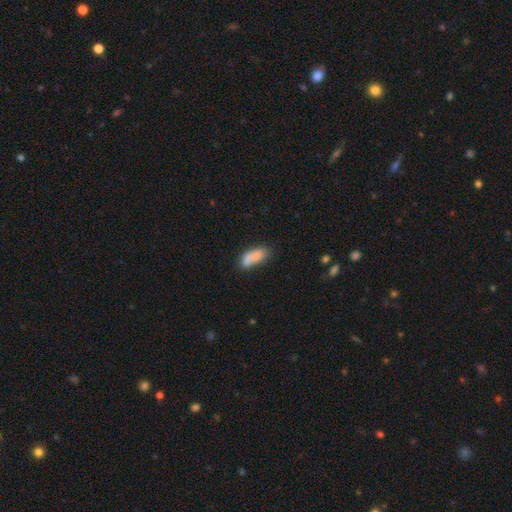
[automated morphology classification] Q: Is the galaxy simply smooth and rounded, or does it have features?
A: smooth — 75%.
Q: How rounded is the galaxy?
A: in between — 76%.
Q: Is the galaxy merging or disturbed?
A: none — 43%.